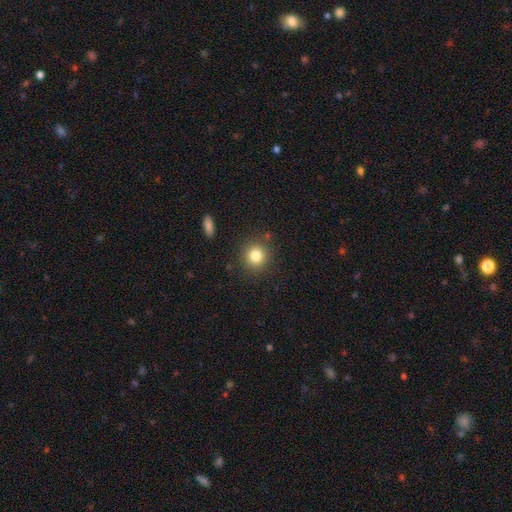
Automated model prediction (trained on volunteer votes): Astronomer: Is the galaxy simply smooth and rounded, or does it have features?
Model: smooth — 82%.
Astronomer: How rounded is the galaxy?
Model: round — 91%.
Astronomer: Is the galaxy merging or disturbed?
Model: none — 87%.